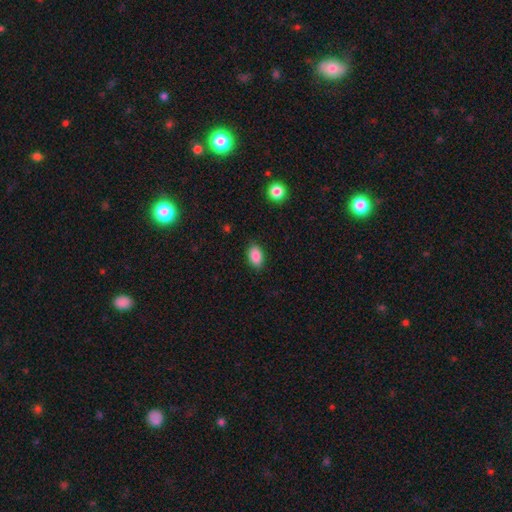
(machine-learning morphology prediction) A smooth galaxy with no disk features (88%) that is in between round and cigar-shaped (90%). Merging: none (86%).